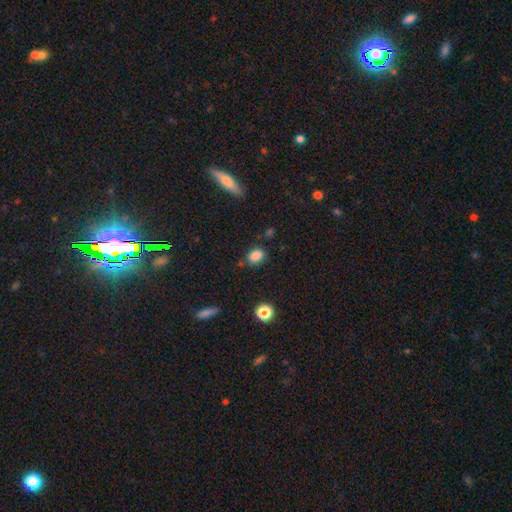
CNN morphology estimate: smooth-or-featured: smooth: 84% | star or artifact: 11% | featured or disk: 4%
  how-rounded: in between: 62% | round: 36% | cigar-shaped: 1%
  merging: none: 75% | minor disturbance: 16% | merger: 5% | major disturbance: 4%